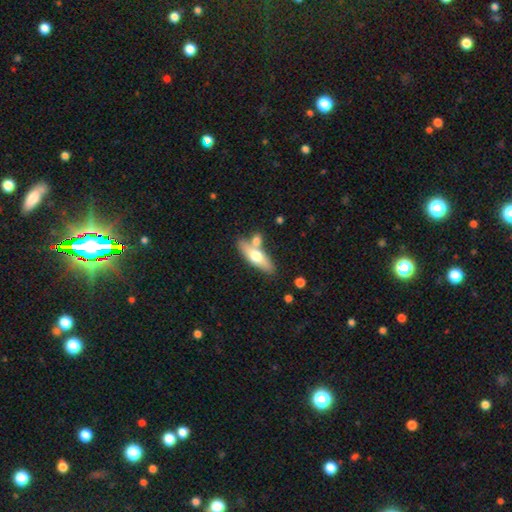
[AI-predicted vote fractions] This appears to be a smooth galaxy with no disk features (56%) that is in between round and cigar-shaped (50%). Merging: none (61%).